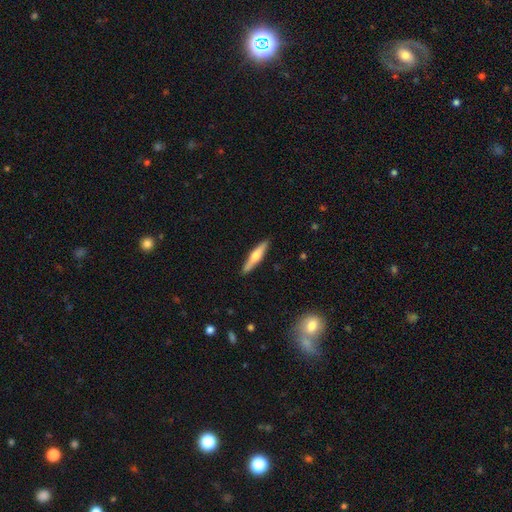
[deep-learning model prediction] This is possibly a featured or disk galaxy (49%). Merging: clearly none (90%).